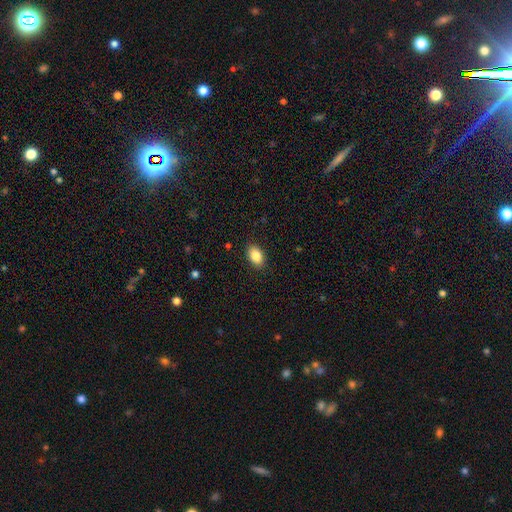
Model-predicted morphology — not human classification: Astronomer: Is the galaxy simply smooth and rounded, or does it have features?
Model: smooth — 86%.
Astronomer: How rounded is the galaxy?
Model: in between — 87%.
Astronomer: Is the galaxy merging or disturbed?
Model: none — 88%.